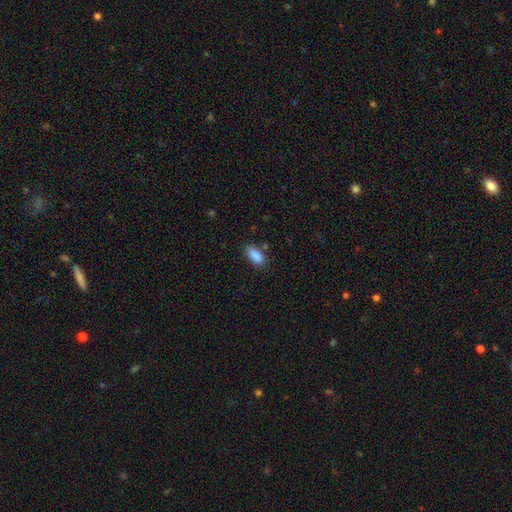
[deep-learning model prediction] This is clearly a smooth galaxy (88%). How rounded: clearly in between (87%). Merging: likely none (79%).